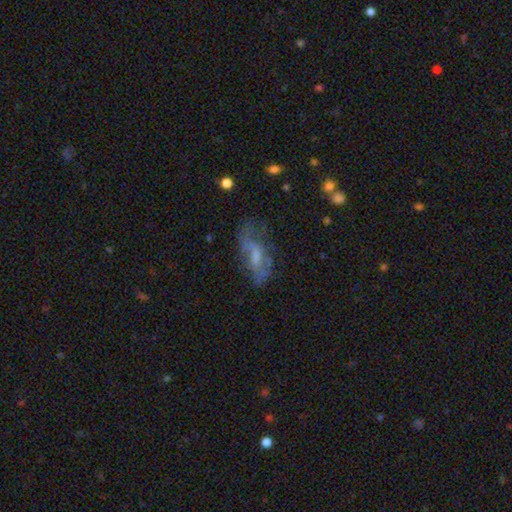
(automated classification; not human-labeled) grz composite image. It shows a featured or disk galaxy (55%). Merging: none (46%).